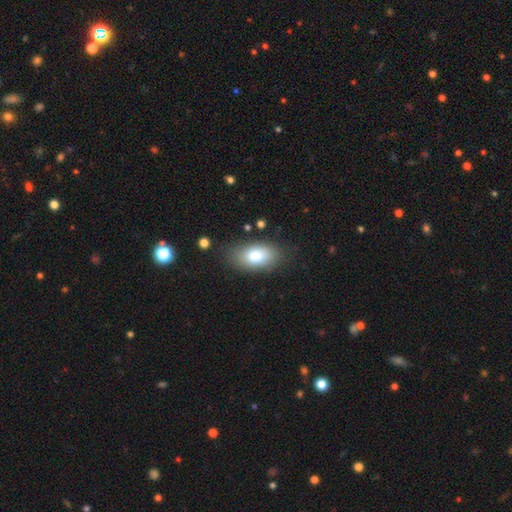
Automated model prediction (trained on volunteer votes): smooth_or_featured: smooth (p=0.80) [alt: featured or disk p=0.13]
how_rounded: in between (p=0.92) [alt: round p=0.06]
merging: none (p=0.81) [alt: minor disturbance p=0.13]